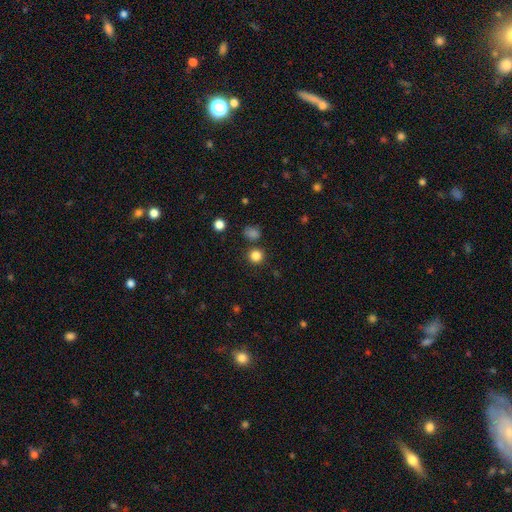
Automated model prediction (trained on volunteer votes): Smooth or featured: smooth — 83% (star or artifact — 13%)
How rounded: round — 93% (in between — 6%)
Merging: none — 84% (minor disturbance — 7%)